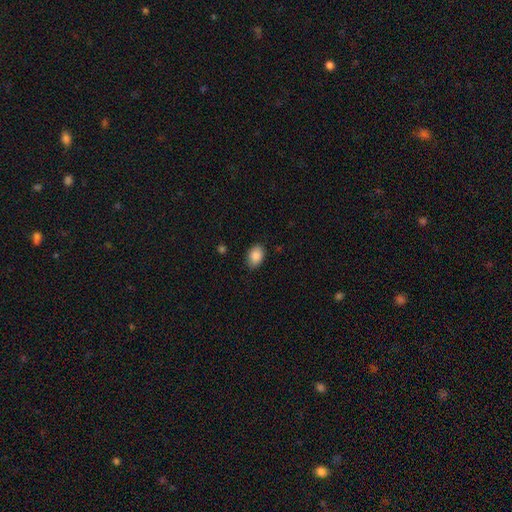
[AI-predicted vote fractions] smooth 88%, star or artifact 7%, featured or disk 4%. Down the decision tree: how rounded — in between (82%); merging — none (84%).